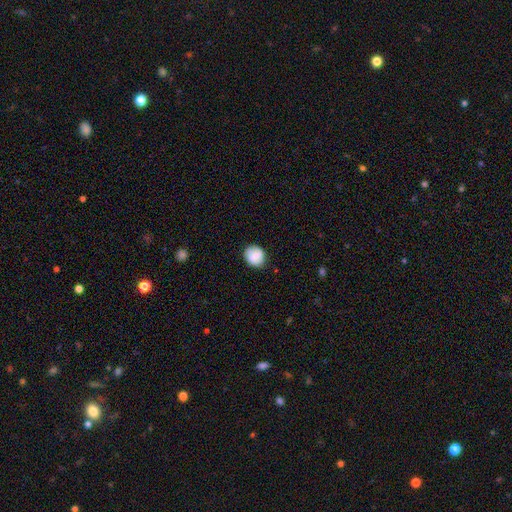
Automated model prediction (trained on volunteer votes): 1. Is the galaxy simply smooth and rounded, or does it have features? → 62% smooth, 30% featured or disk, 8% star or artifact.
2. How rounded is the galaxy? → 78% round, 21% in between, 1% cigar-shaped.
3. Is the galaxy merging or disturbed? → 82% none, 13% minor disturbance, 3% major disturbance, 1% merger.